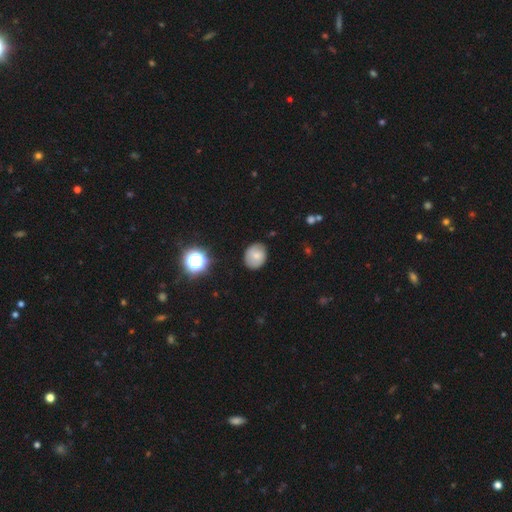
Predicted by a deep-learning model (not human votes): Smooth or featured?
  - smooth: 75% *
  - featured or disk: 14%
  - star or artifact: 11%
How rounded?
  - round: 56% *
  - in between: 43%
  - cigar-shaped: 1%
Merging?
  - none: 78% *
  - minor disturbance: 17%
  - major disturbance: 3%
  - merger: 1%